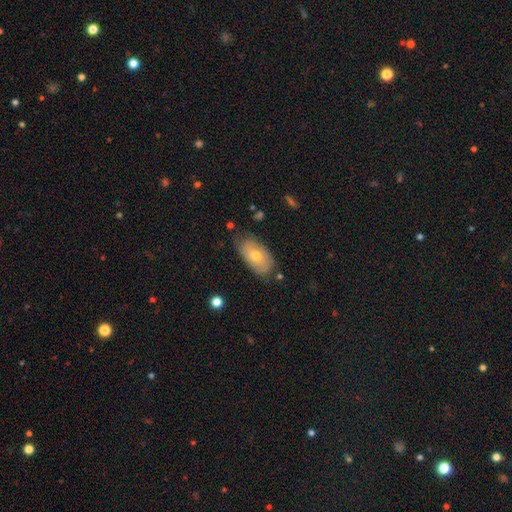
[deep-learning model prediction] Smooth or featured: smooth — 57% (featured or disk — 36%)
How rounded: in between — 92% (round — 5%)
Merging: none — 71% (minor disturbance — 23%)